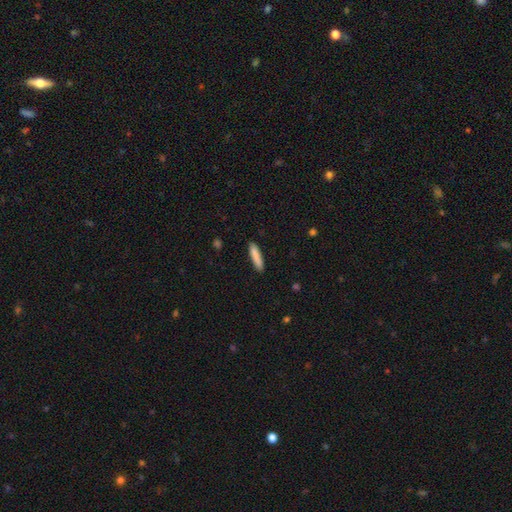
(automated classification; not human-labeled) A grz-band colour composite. It shows a smooth galaxy with no disk features (86%) that is cigar-shaped (87%). Merging: none (89%).